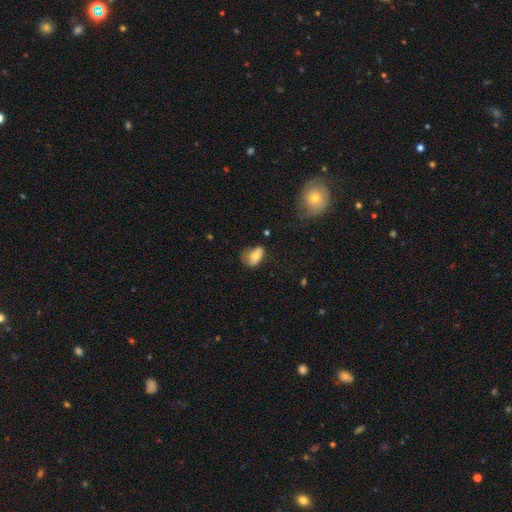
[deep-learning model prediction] The model was most divided on "merging": none: 38%, minor disturbance: 35%, major disturbance: 21%, merger: 5%. More confident: how rounded — in between (81%); smooth or featured — smooth (67%).